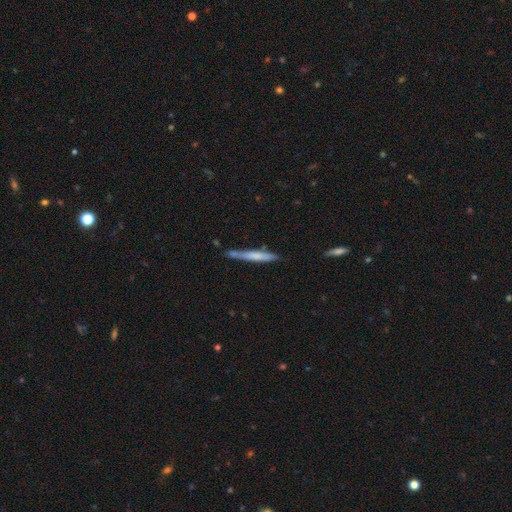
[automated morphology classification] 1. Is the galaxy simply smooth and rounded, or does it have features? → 56% smooth, 39% featured or disk, 6% star or artifact.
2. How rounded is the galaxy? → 95% cigar-shaped, 4% in between, 1% round.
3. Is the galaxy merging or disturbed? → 72% none, 18% minor disturbance, 6% merger, 3% major disturbance.